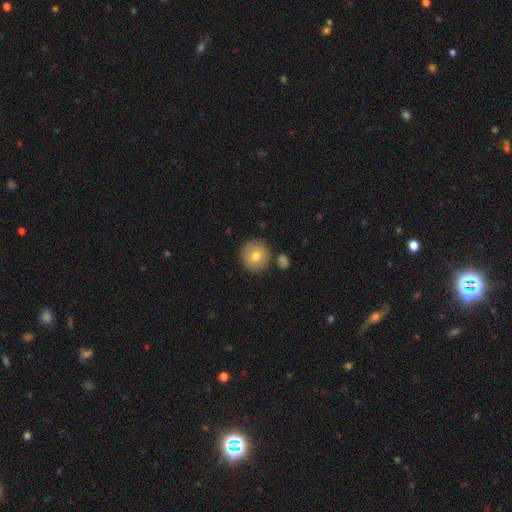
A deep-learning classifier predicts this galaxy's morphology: smooth-or-featured: smooth: 75% | featured or disk: 17% | star or artifact: 8%
  how-rounded: round: 92% | in between: 7% | cigar-shaped: 1%
  merging: none: 82% | minor disturbance: 10% | merger: 6% | major disturbance: 2%